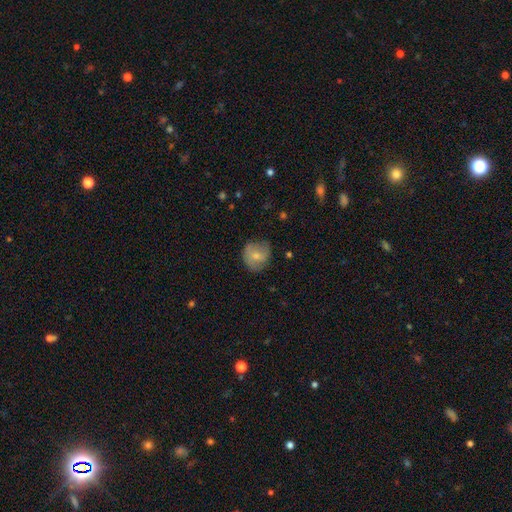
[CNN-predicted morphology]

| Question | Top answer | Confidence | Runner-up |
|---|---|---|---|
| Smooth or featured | smooth | 62% | featured or disk (31%) |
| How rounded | round | 83% | in between (16%) |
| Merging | none | 67% | minor disturbance (24%) |